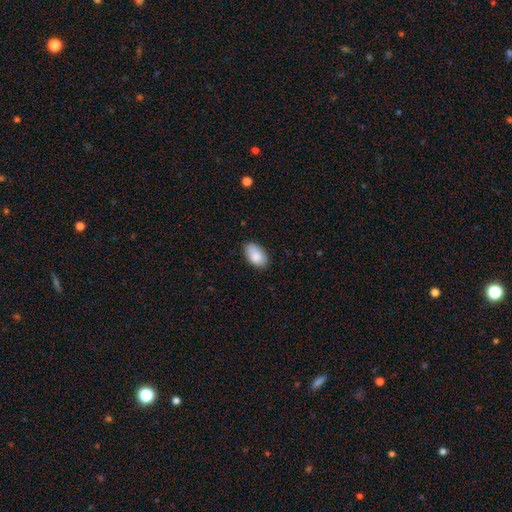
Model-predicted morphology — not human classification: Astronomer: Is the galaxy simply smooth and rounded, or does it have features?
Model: smooth — 87%.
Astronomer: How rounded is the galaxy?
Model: in between — 94%.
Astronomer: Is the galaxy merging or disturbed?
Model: none — 80%.